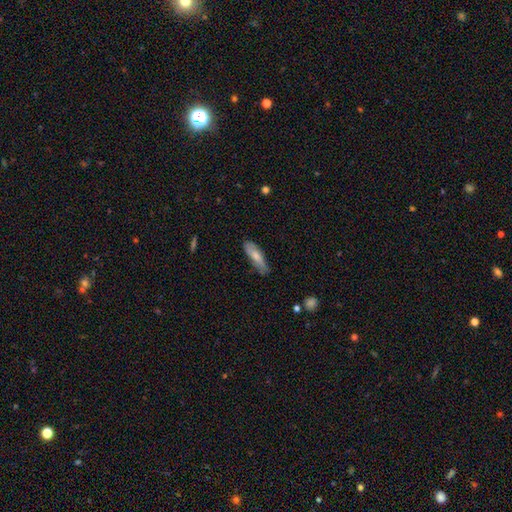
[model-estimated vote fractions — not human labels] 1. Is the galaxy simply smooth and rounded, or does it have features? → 68% smooth, 26% featured or disk, 6% star or artifact.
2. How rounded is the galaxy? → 55% cigar-shaped, 43% in between, 2% round.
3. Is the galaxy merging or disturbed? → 75% none, 20% minor disturbance, 4% major disturbance, 2% merger.